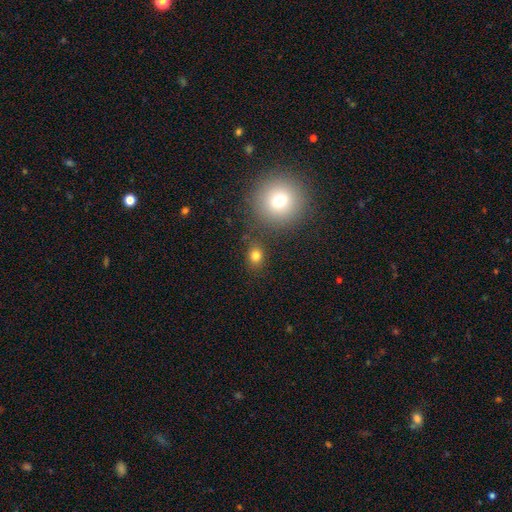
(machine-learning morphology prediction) Q: Smooth or featured?
A: smooth (78%); runner-up: star or artifact (15%)
Q: How rounded?
A: round (62%); runner-up: in between (37%)
Q: Merging?
A: none (77%); runner-up: minor disturbance (10%)